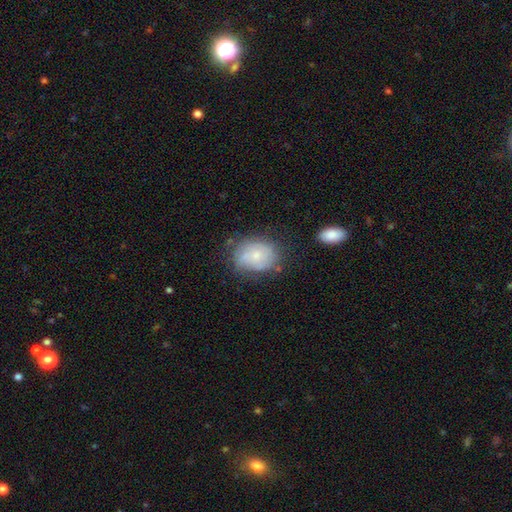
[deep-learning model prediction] Smooth or featured?
  - smooth: 54% *
  - featured or disk: 37%
  - star or artifact: 9%
How rounded?
  - in between: 52% *
  - round: 47%
  - cigar-shaped: 1%
Merging?
  - none: 58% *
  - minor disturbance: 27%
  - major disturbance: 11%
  - merger: 4%